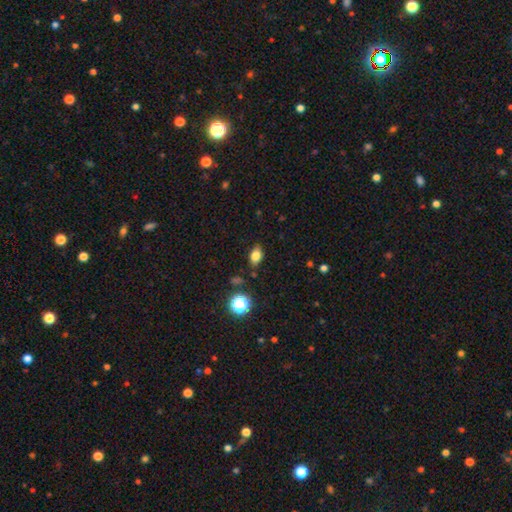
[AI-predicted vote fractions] Morphology: type=smooth (78%); roundness=in between (80%); merging=none (83%).